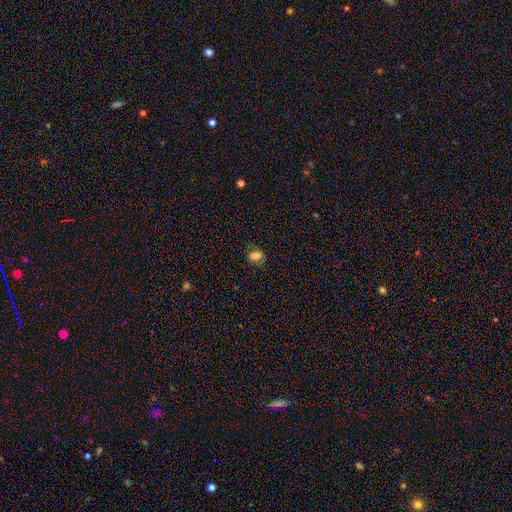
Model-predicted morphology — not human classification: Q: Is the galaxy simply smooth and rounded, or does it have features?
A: smooth — 75%.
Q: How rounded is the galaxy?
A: in between — 70%.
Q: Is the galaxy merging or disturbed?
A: none — 74%.